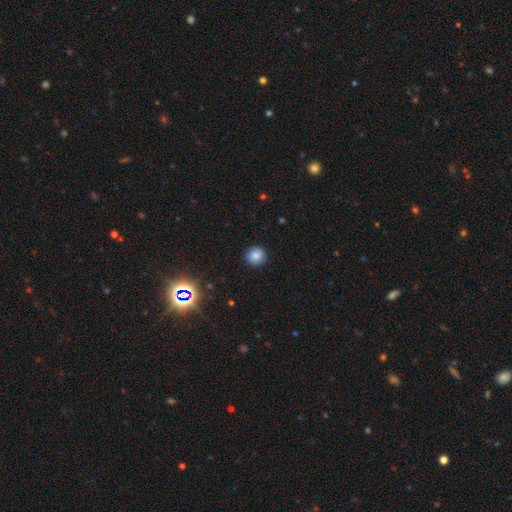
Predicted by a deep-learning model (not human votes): A smooth galaxy with no disk features (81%) that is round (94%).

Vote fractions:
- Smooth or featured? smooth: 81% / star or artifact: 13% / featured or disk: 6%
- How rounded? round: 94% / in between: 5% / cigar-shaped: 1%
- Merging? none: 91% / minor disturbance: 6% / major disturbance: 2% / merger: 1%